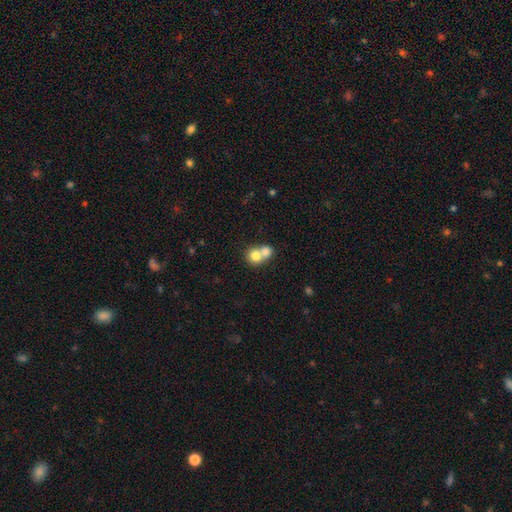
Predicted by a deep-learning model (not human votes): Overall: smooth (76%). How rounded: round (80%). Merging: merger (67%).